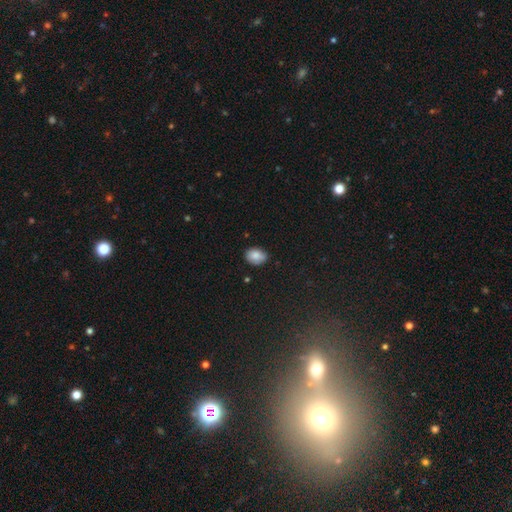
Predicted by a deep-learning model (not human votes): Smooth or featured? Predicted: smooth (p=0.83). How rounded? Predicted: in between (p=0.74). Merging? Predicted: none (p=0.74).